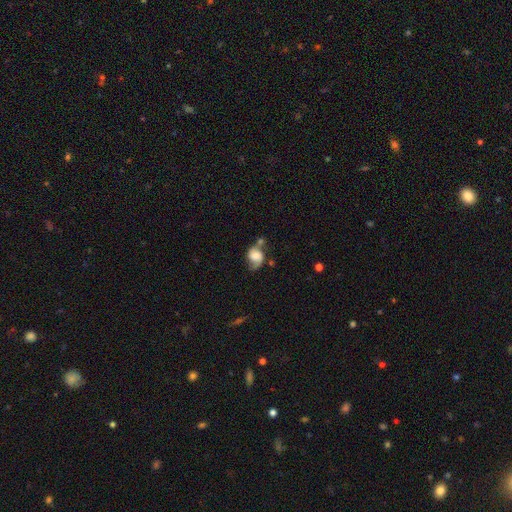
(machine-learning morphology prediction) Smooth or featured?
  - featured or disk: 46% *
  - smooth: 44%
  - star or artifact: 9%
Merging?
  - none: 37% *
  - minor disturbance: 27%
  - major disturbance: 19%
  - merger: 17%